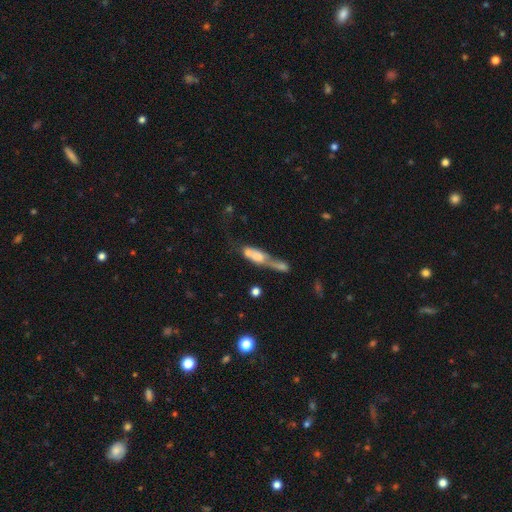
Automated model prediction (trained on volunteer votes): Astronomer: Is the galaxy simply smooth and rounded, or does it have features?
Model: smooth — 54% (runner-up: featured or disk, 36%).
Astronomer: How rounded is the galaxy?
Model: in between — 55% (runner-up: cigar-shaped, 38%).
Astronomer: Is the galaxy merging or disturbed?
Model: merger — 56%.